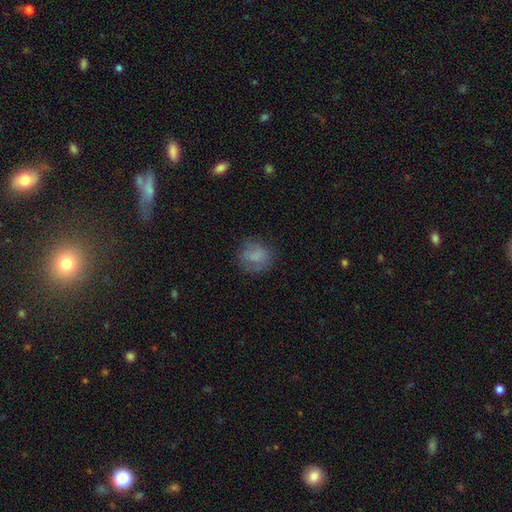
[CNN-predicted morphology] Smooth or featured? smooth (73%)
How rounded? round (79%)
Merging? none (71%)